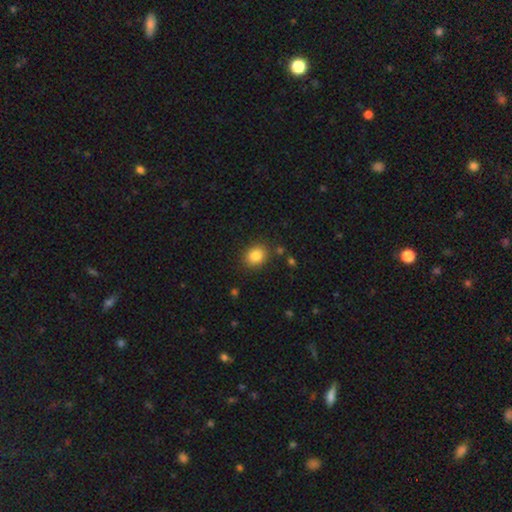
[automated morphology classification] smooth 84%, star or artifact 10%, featured or disk 6%. Down the decision tree: how rounded — round (58%); merging — none (86%).